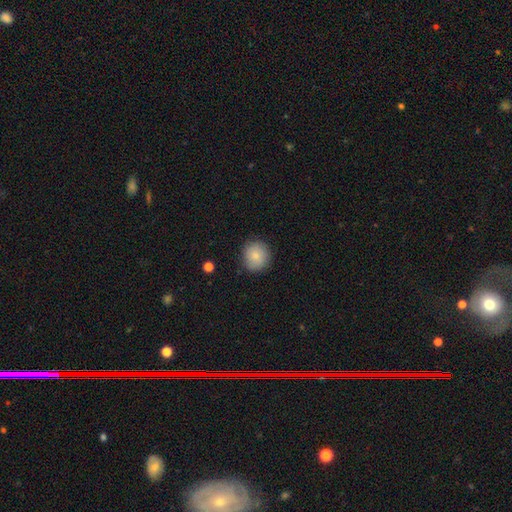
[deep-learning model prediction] This appears to be a smooth galaxy with no disk features (83%) that is round (89%). Merging: none (85%).